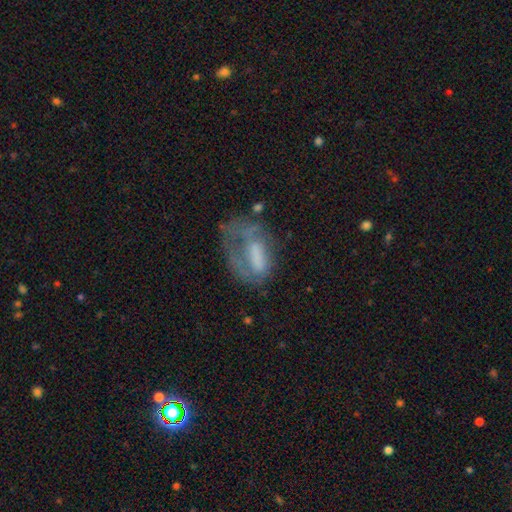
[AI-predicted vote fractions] smooth-or-featured: featured or disk: 48% | smooth: 41% | star or artifact: 11%
  merging: major disturbance: 46% | none: 28% | minor disturbance: 21% | merger: 5%